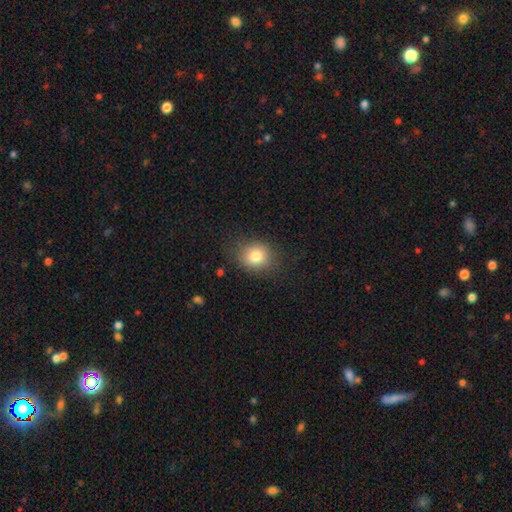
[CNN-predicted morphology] The model was most divided on "how rounded": round: 66%, in between: 33%, cigar-shaped: 1%. More confident: merging — none (81%); smooth or featured — smooth (80%).